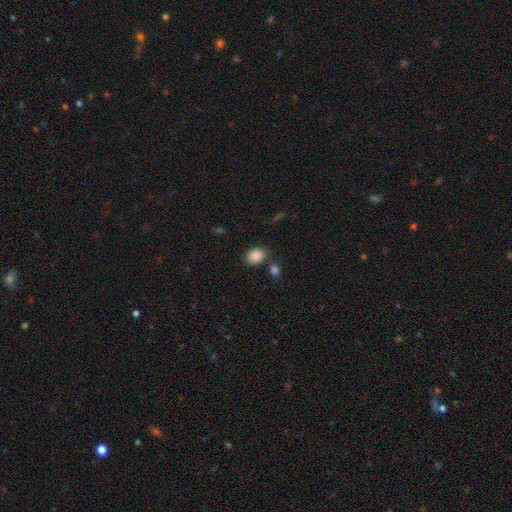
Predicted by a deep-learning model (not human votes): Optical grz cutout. It shows a smooth galaxy with no disk features (88%) that is in between round and cigar-shaped (61%). Merging: none (75%).